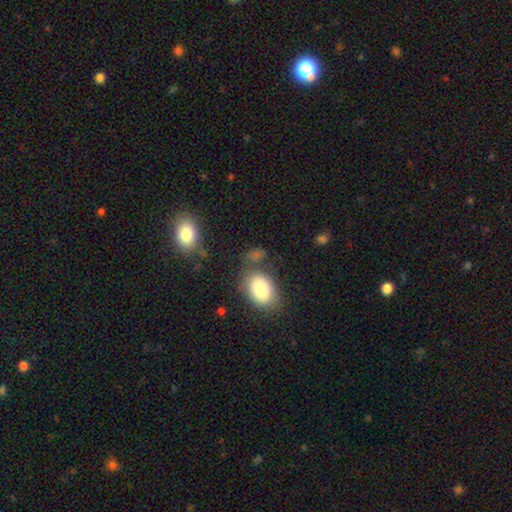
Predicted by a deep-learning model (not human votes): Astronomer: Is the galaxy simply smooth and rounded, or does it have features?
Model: smooth — 82%.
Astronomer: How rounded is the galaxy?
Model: in between — 84%.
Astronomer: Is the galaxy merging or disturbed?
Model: none — 61%.